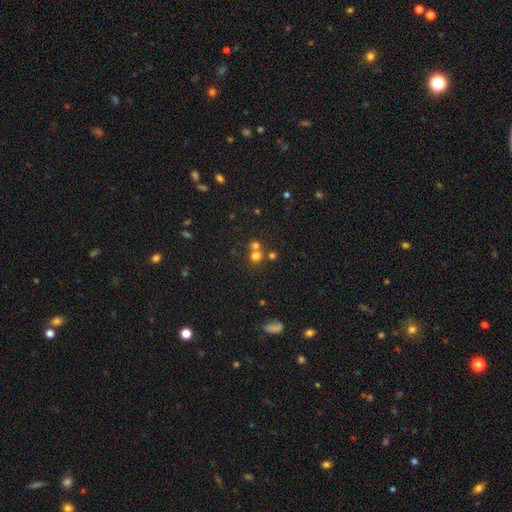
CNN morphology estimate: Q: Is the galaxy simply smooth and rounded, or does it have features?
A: smooth — 69%.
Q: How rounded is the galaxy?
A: round — 87%.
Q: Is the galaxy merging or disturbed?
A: none — 49%.